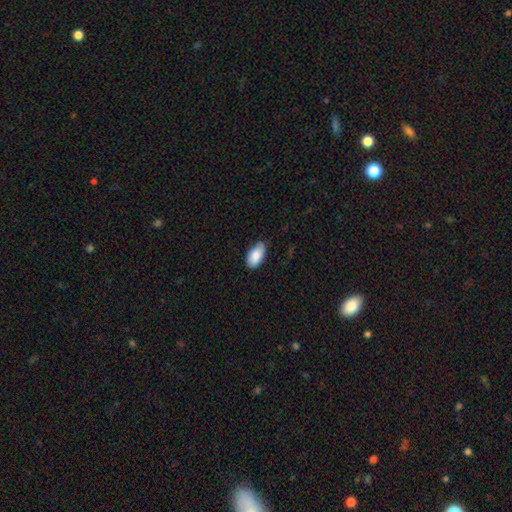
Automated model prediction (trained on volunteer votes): smooth 87%, featured or disk 7%, star or artifact 6%. Down the decision tree: how rounded — in between (95%); merging — none (76%).